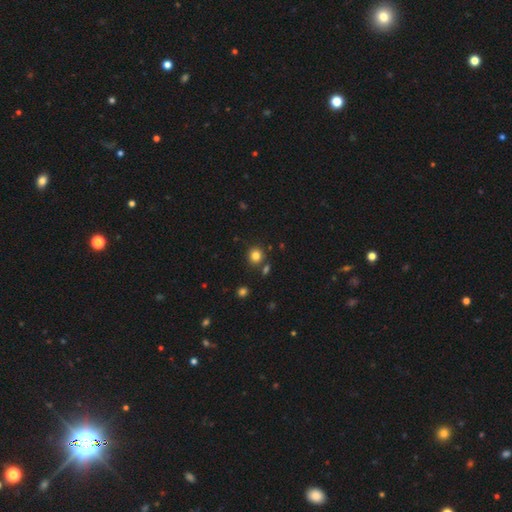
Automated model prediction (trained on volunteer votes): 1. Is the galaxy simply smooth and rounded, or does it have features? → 82% smooth, 12% star or artifact, 6% featured or disk.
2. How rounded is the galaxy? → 88% round, 11% in between, 1% cigar-shaped.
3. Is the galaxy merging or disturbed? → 81% none, 8% minor disturbance, 8% merger, 3% major disturbance.